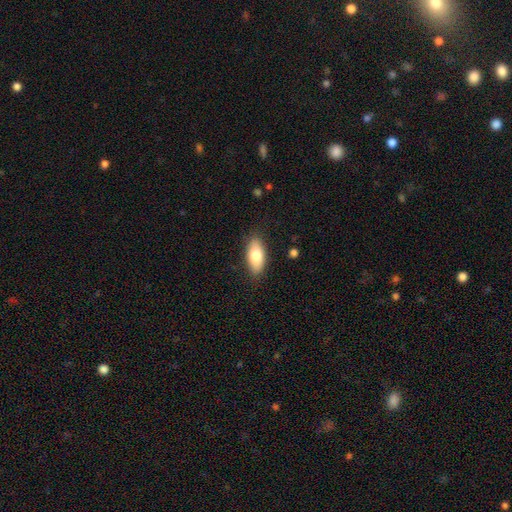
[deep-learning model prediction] Smooth or featured?
  - smooth: 79% *
  - featured or disk: 14%
  - star or artifact: 6%
How rounded?
  - in between: 88% *
  - cigar-shaped: 10%
  - round: 3%
Merging?
  - none: 85% *
  - minor disturbance: 11%
  - major disturbance: 2%
  - merger: 1%